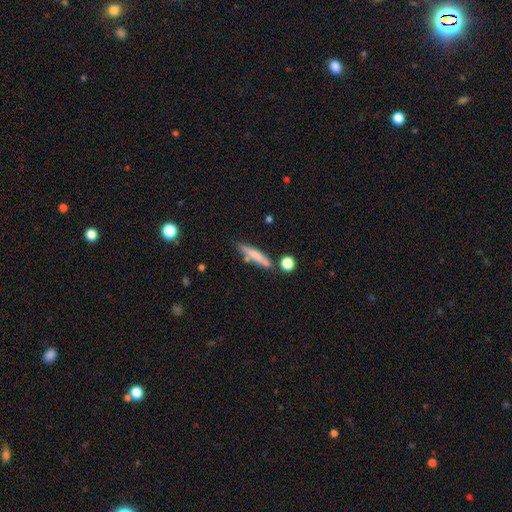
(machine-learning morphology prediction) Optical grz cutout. It shows a smooth galaxy with no disk features (69%) that is cigar-shaped (86%). Merging: none (70%).